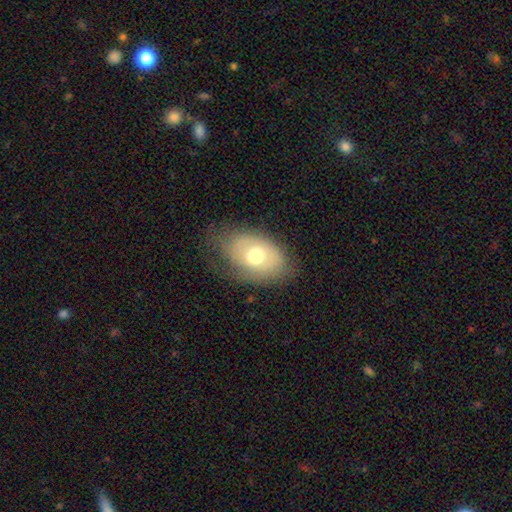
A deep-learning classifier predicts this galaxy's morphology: This appears to be a smooth galaxy with no disk features (58%) that is in between round and cigar-shaped (83%). Merging: none (62%).